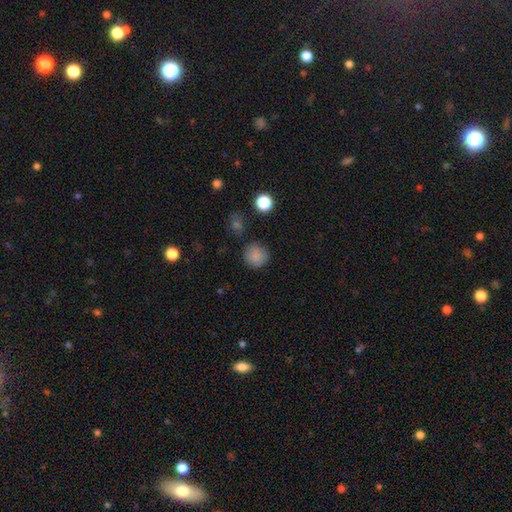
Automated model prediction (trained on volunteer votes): This appears to be a smooth galaxy with no disk features (84%) that is round (93%). Merging: none (84%).